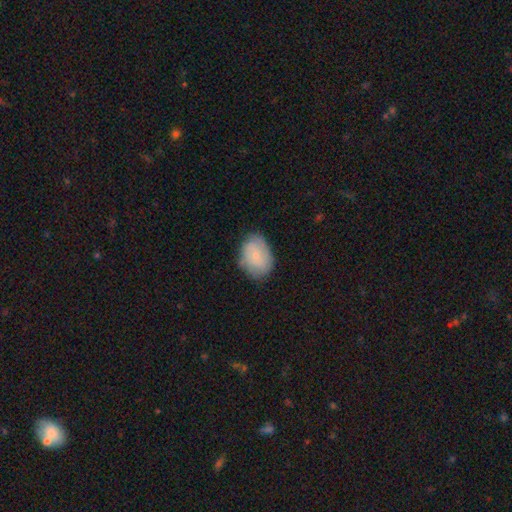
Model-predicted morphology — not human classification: Smooth or featured? Predicted: smooth (p=0.68). How rounded? Predicted: in between (p=0.75). Merging? Predicted: none (p=0.71).